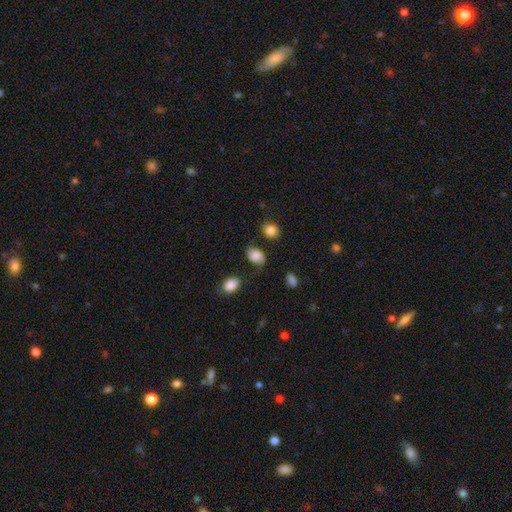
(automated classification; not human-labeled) Smooth or featured? Predicted: smooth (p=0.80). How rounded? Predicted: in between (p=0.74). Merging? Predicted: none (p=0.66).